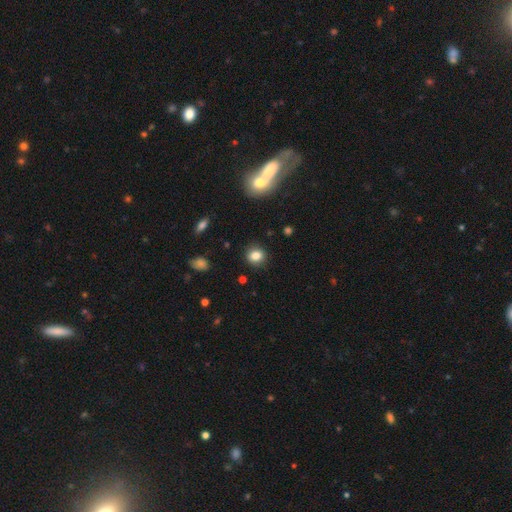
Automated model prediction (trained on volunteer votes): Overall: smooth (83%). How rounded: round (80%). Merging: none (88%).